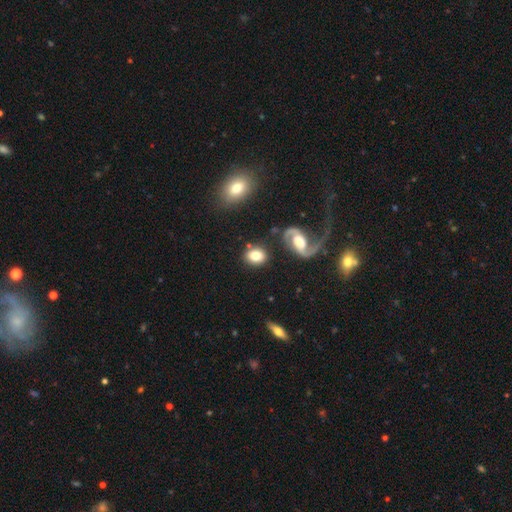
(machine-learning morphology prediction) Smooth or featured? Predicted: smooth (p=0.73). How rounded? Predicted: round (p=0.50). Merging? Predicted: none (p=0.76).